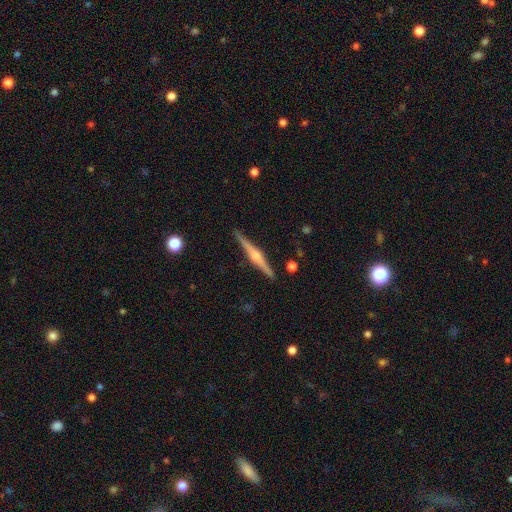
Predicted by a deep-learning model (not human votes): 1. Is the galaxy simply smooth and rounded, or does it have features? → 80% featured or disk, 15% smooth, 6% star or artifact.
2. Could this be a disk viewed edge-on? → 98% yes, 2% no.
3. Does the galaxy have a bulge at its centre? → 89% rounded, 7% boxy, 4% none.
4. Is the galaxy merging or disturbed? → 91% none, 6% minor disturbance, 1% major disturbance, 1% merger.